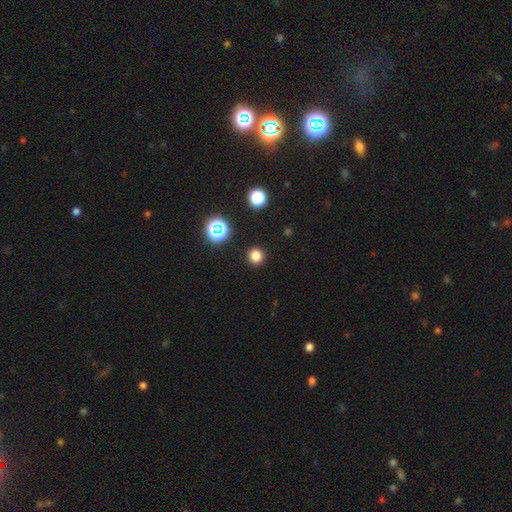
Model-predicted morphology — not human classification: This appears to be a smooth galaxy with no disk features (79%) that is round (93%). Merging: none (92%).